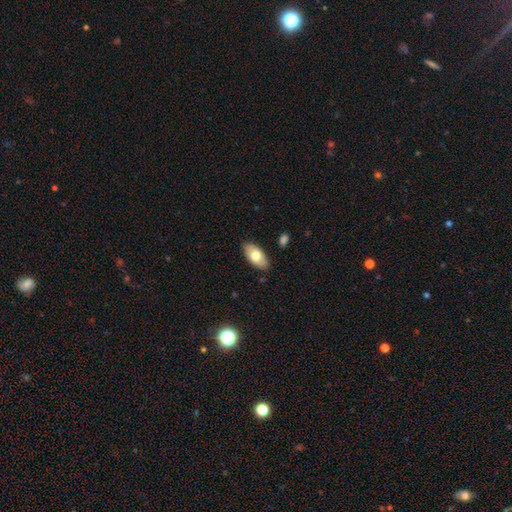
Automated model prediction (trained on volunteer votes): smooth 73%, featured or disk 21%, star or artifact 6%. Down the decision tree: how rounded — in between (94%); merging — none (86%).